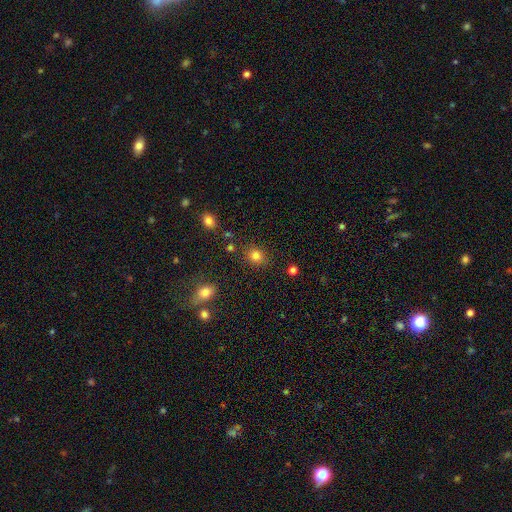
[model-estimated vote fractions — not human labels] smooth 82%, star or artifact 12%, featured or disk 5%. Down the decision tree: how rounded — round (71%); merging — none (84%).